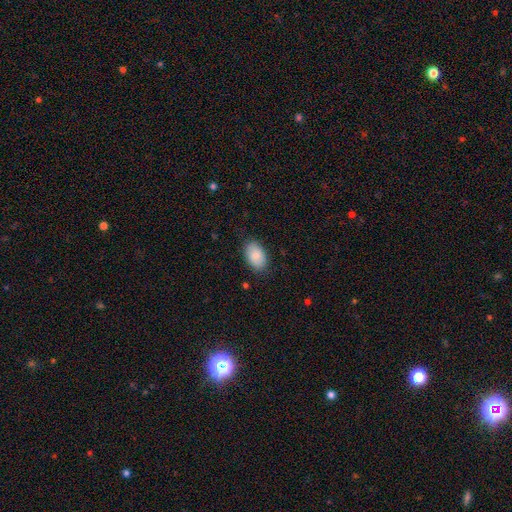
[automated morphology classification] Smooth or featured? smooth (86%)
How rounded? in between (92%)
Merging? none (84%)